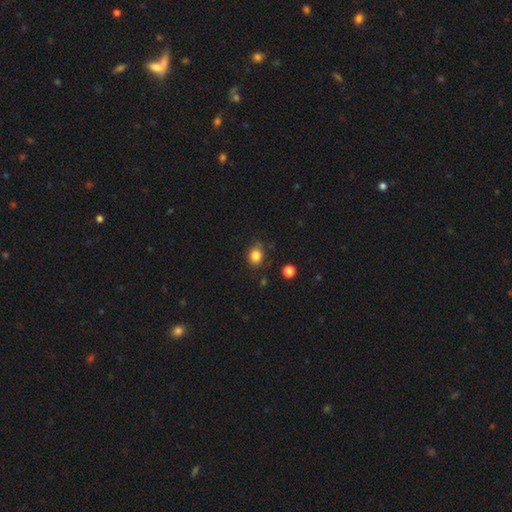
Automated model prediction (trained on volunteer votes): Q: Smooth or featured?
A: smooth (84%); runner-up: star or artifact (11%)
Q: How rounded?
A: round (60%); runner-up: in between (39%)
Q: Merging?
A: none (77%); runner-up: minor disturbance (16%)